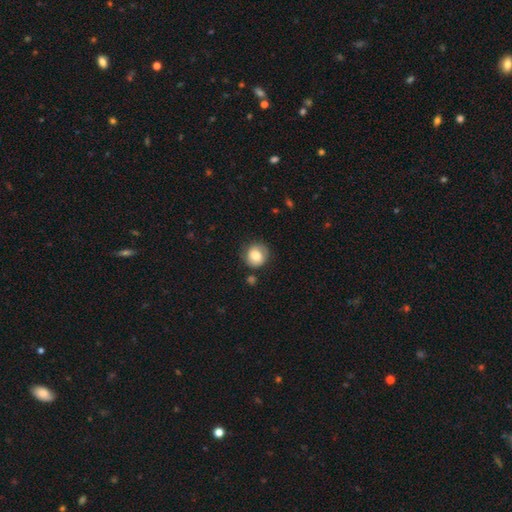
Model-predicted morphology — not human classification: Smooth or featured? Predicted: smooth (p=0.78). How rounded? Predicted: round (p=0.86). Merging? Predicted: none (p=0.78).